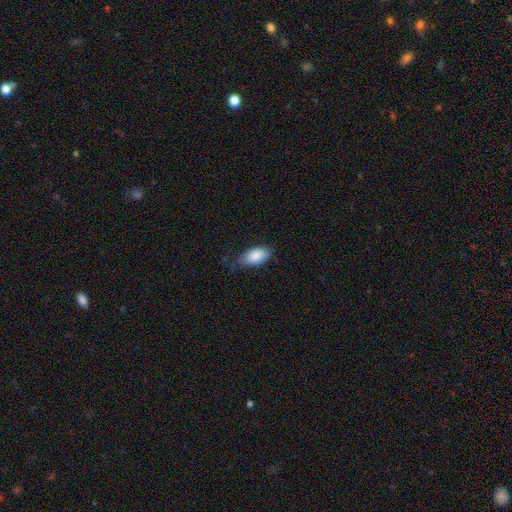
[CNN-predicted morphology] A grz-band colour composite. It shows a smooth galaxy with no disk features (87%) that is in between round and cigar-shaped (93%). Merging: none (65%).